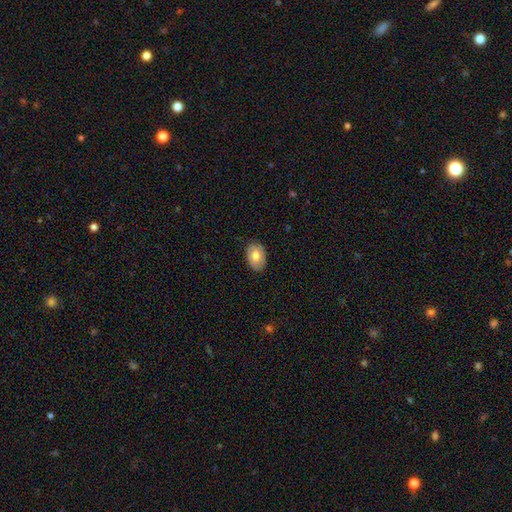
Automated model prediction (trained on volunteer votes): Morphology: type=smooth (71%); roundness=in between (86%); merging=none (84%).